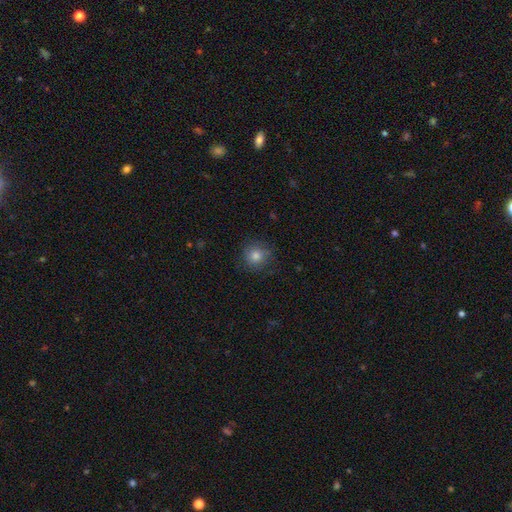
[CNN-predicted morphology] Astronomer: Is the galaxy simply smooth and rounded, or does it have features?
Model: smooth — 77%.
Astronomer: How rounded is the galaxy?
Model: round — 91%.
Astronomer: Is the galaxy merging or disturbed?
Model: none — 83%.